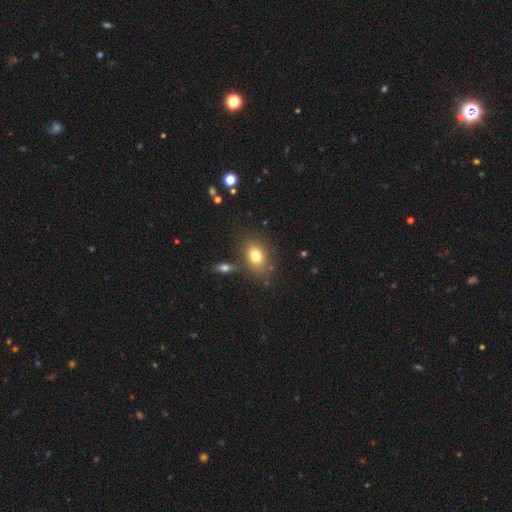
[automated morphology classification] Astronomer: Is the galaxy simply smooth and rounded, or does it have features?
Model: smooth — 77%.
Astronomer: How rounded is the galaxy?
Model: in between — 70%.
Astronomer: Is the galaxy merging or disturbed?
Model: none — 75%.